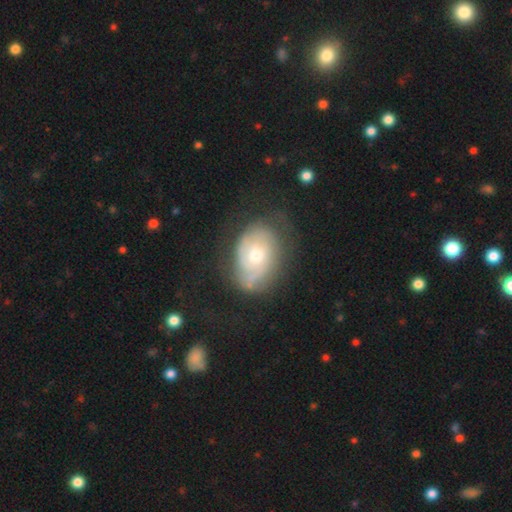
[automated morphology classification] Smooth or featured? Predicted: featured or disk (p=0.63). Edge-on disk? Predicted: no (p=0.95). Bar? Predicted: no (p=0.81). Spiral arms? Predicted: yes (p=0.75). Bulge size? Predicted: moderate (p=0.61). Merging? Predicted: none (p=0.60).